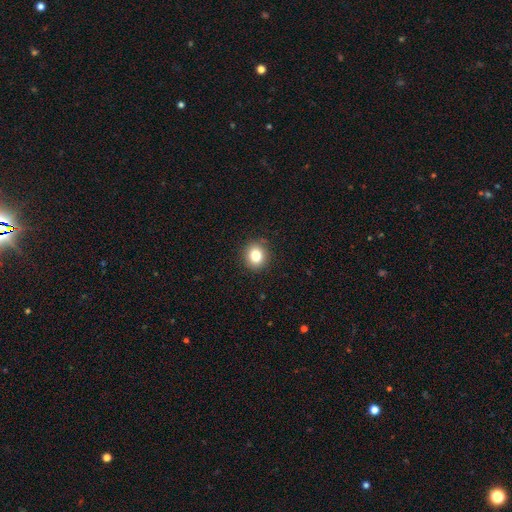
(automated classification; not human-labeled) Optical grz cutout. It shows a smooth galaxy with no disk features (82%) that is round (81%). Merging: none (90%).